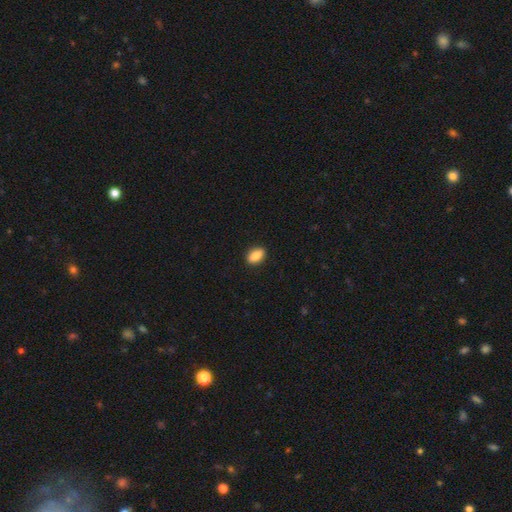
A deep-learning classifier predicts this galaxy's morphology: smooth_or_featured: smooth (p=0.88) [alt: star or artifact p=0.07]
how_rounded: in between (p=0.88) [alt: round p=0.08]
merging: none (p=0.90) [alt: minor disturbance p=0.07]